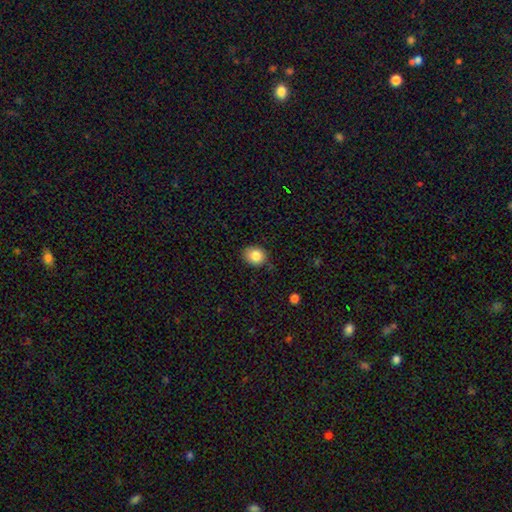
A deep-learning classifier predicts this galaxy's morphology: A smooth galaxy with no disk features (85%) that is round (62%).

Vote fractions:
- Smooth or featured? smooth: 85% / star or artifact: 9% / featured or disk: 6%
- How rounded? round: 62% / in between: 37% / cigar-shaped: 1%
- Merging? none: 81% / minor disturbance: 15% / major disturbance: 3% / merger: 2%